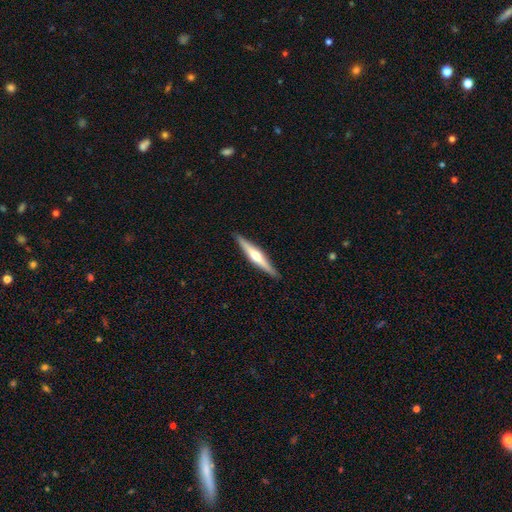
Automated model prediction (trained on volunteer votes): smooth_or_featured: featured or disk (p=0.67) [alt: smooth p=0.28]
disk_edge_on: yes (p=0.98) [alt: no p=0.02]
edge_on_bulge: rounded (p=0.88) [alt: none p=0.06]
merging: none (p=0.91) [alt: minor disturbance p=0.07]